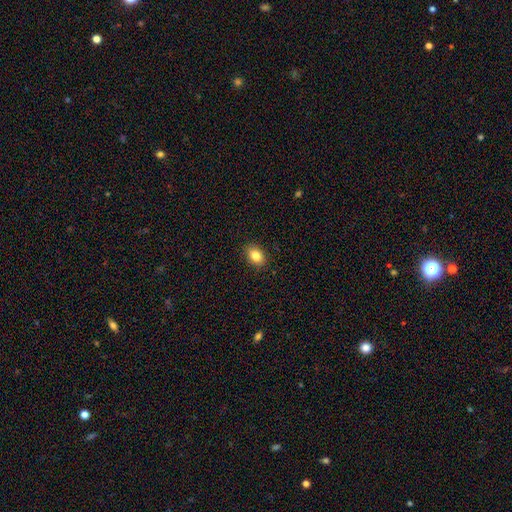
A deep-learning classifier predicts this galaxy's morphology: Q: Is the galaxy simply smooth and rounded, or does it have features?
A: smooth — 85%.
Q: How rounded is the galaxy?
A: in between — 79%.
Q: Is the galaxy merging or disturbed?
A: none — 89%.